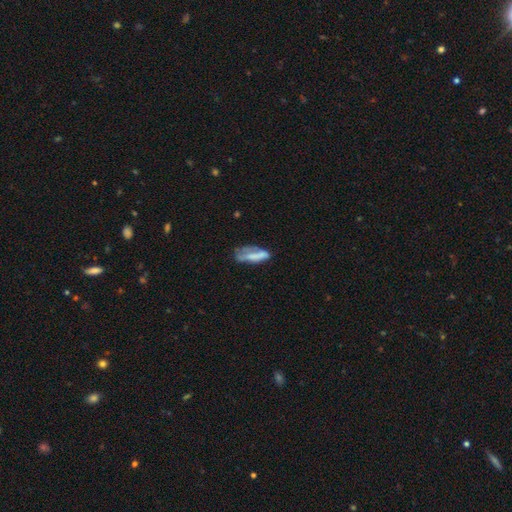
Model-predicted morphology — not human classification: smooth_or_featured: smooth (p=0.62) [alt: featured or disk p=0.30]
how_rounded: in between (p=0.58) [alt: cigar-shaped p=0.40]
merging: none (p=0.39) [alt: minor disturbance p=0.31]